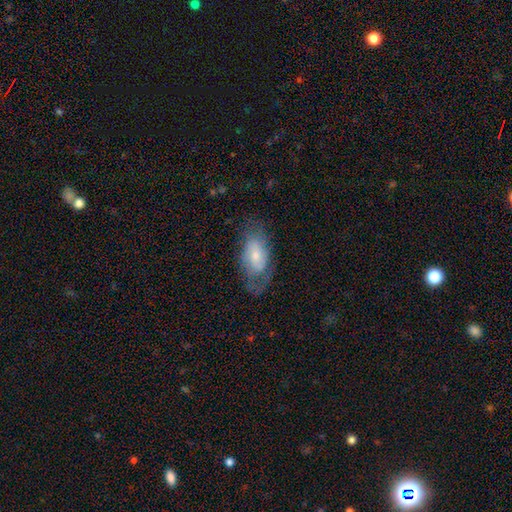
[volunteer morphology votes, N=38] Smooth or featured: smooth — 55% (featured or disk — 39%)
How rounded: in between — 90% (round — 5%)
Merging: none — 61% (minor disturbance — 25%)